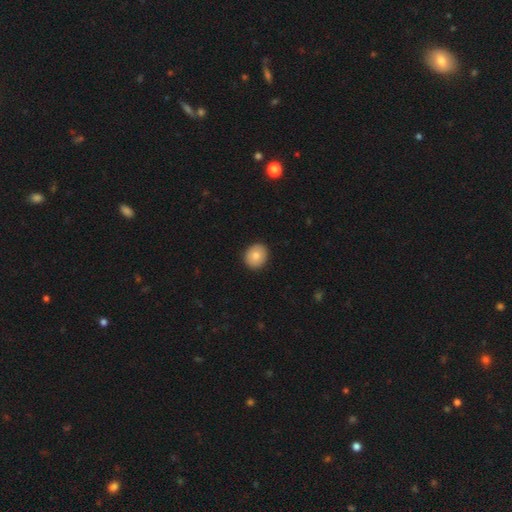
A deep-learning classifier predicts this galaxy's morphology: This appears to be a smooth galaxy with no disk features (82%) that is round (73%). Merging: none (91%).